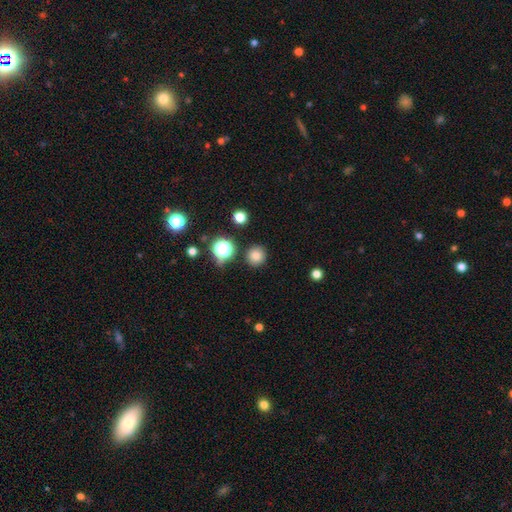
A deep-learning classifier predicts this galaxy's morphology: Smooth or featured?
  - smooth: 80% *
  - star or artifact: 15%
  - featured or disk: 5%
How rounded?
  - round: 92% *
  - in between: 7%
  - cigar-shaped: 1%
Merging?
  - none: 86% *
  - minor disturbance: 8%
  - merger: 3%
  - major disturbance: 3%